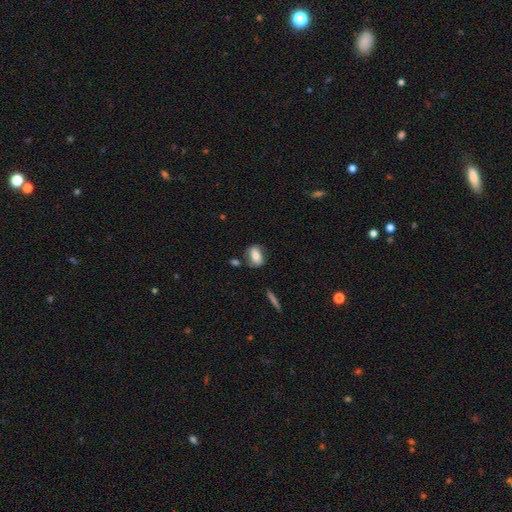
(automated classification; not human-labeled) Overall: smooth (73%). How rounded: in between (81%). Merging: none (68%).